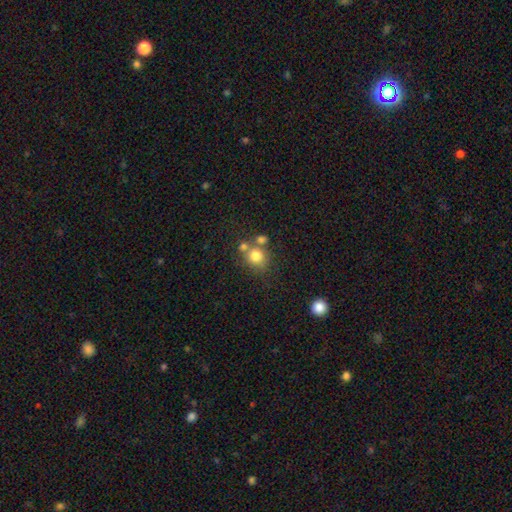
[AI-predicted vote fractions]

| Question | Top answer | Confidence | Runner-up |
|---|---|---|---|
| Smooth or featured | smooth | 77% | star or artifact (12%) |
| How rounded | round | 84% | in between (15%) |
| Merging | none | 55% | merger (30%) |